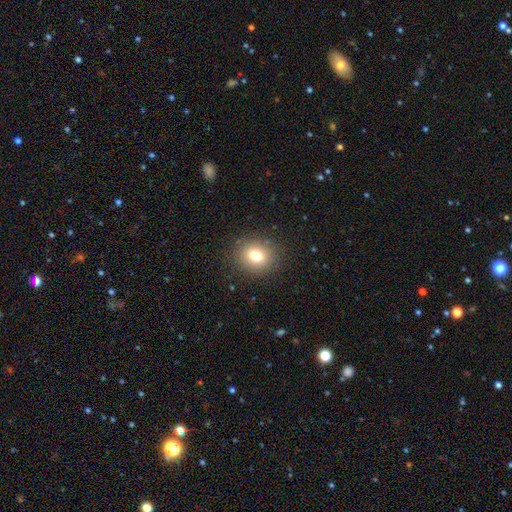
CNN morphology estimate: Smooth or featured? smooth (77%)
How rounded? round (71%)
Merging? none (88%)